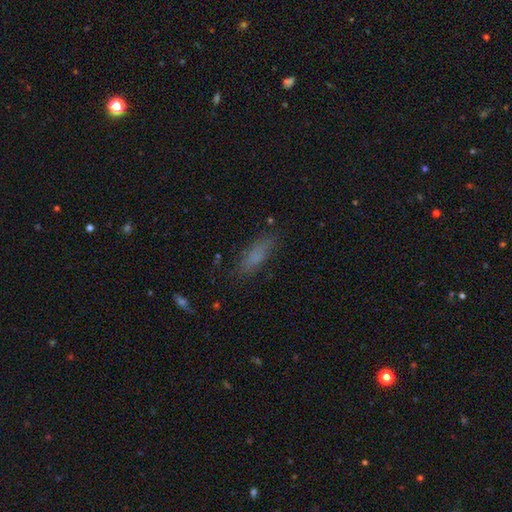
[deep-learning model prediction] A smooth galaxy with no disk features (75%) that is in between round and cigar-shaped (50%). Merging: none (79%).